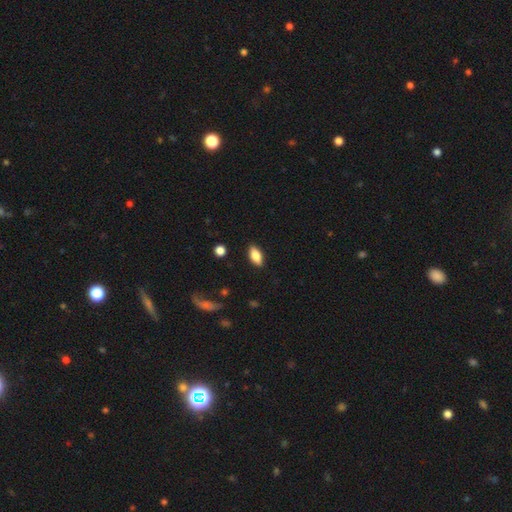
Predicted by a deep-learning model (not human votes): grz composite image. It shows a smooth galaxy with no disk features (81%) that is in between round and cigar-shaped (87%). Merging: none (87%).